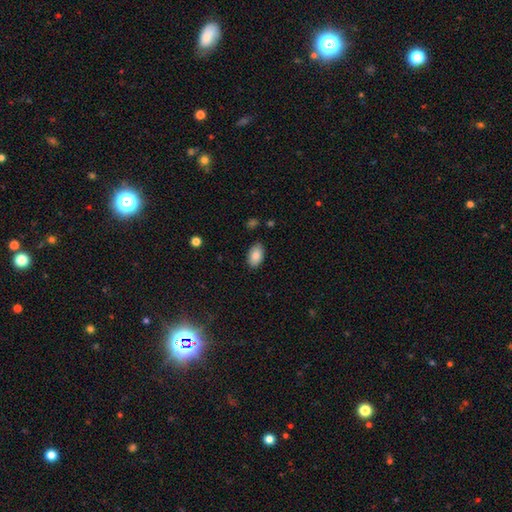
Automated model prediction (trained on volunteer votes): A smooth galaxy with no disk features (87%) that is in between round and cigar-shaped (94%). Merging: none (86%).